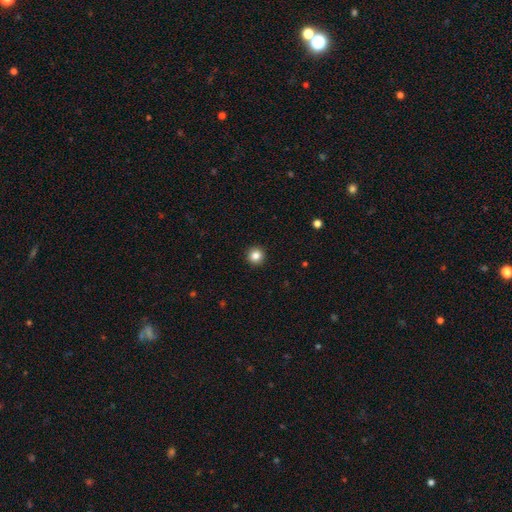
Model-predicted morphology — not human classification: This is clearly a smooth galaxy (84%). How rounded: clearly round (95%). Merging: clearly none (94%).